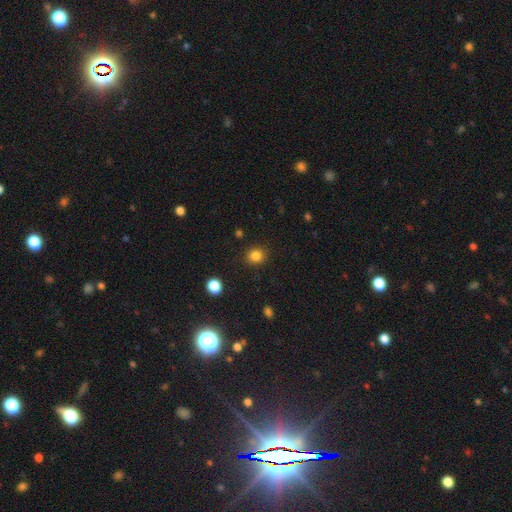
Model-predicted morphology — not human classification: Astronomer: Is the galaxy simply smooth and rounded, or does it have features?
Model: smooth — 83%.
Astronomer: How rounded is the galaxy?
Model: round — 83%.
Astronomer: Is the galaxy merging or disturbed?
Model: none — 90%.